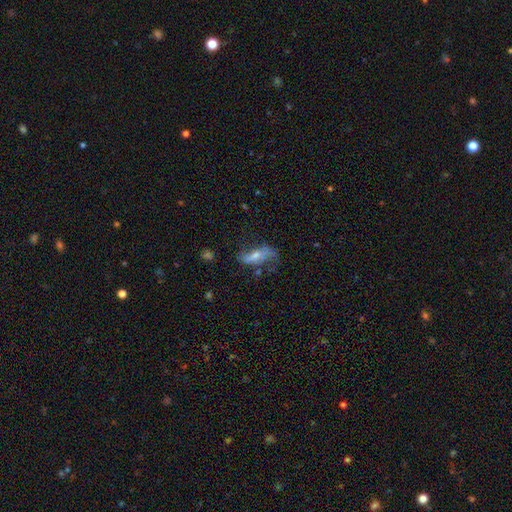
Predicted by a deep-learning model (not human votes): Q: Smooth or featured?
A: featured or disk (65%); runner-up: smooth (25%)
Q: Edge-on disk?
A: no (78%); runner-up: yes (22%)
Q: Bar?
A: no (42%); runner-up: strong (29%)
Q: Spiral arms?
A: yes (80%); runner-up: no (20%)
Q: Bulge size?
A: small (48%); runner-up: moderate (43%)
Q: Merging?
A: none (56%); runner-up: minor disturbance (23%)